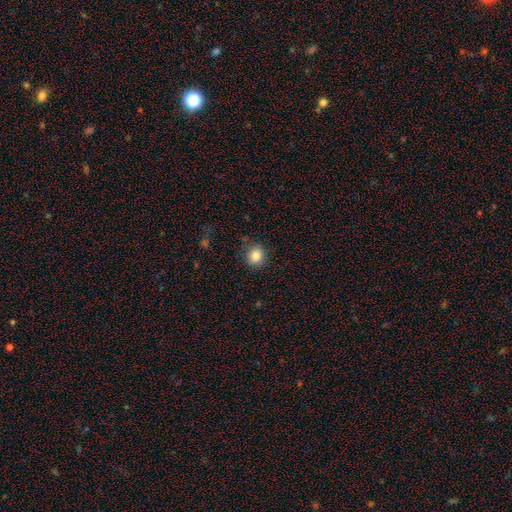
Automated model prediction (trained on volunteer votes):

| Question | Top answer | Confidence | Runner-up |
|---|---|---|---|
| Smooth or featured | smooth | 85% | star or artifact (10%) |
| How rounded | round | 85% | in between (15%) |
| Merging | none | 83% | minor disturbance (12%) |